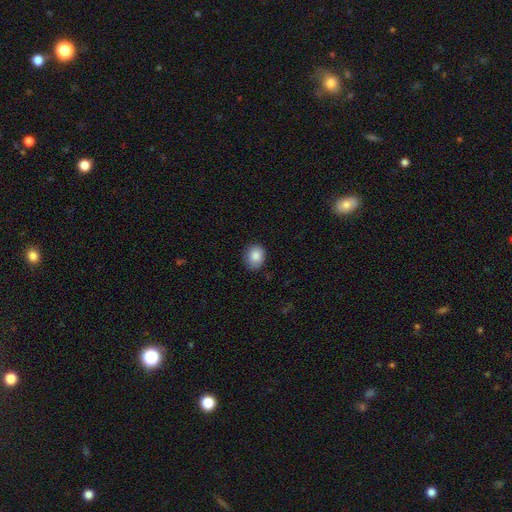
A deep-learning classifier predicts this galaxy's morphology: This is clearly a smooth galaxy (86%). How rounded: possibly round (58%). Merging: likely none (79%).